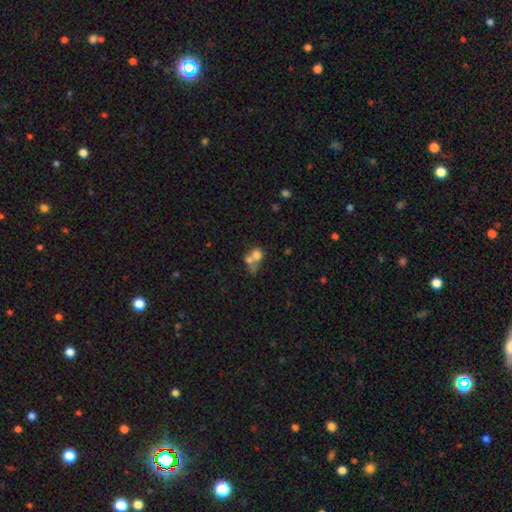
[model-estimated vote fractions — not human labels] A smooth galaxy with no disk features (64%) that is round (60%). Merging: merger (63%).